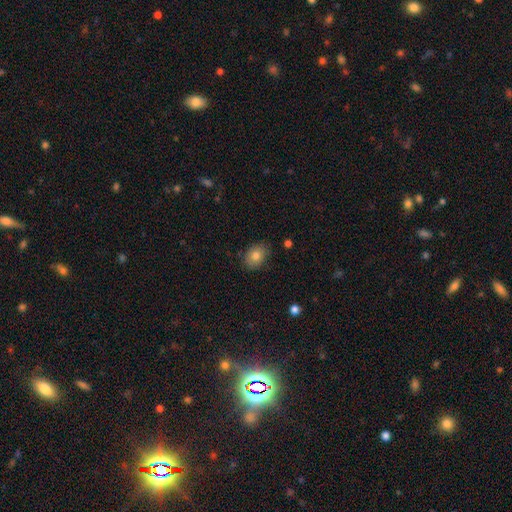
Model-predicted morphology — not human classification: This appears to be a smooth galaxy with no disk features (81%) that is in between round and cigar-shaped (64%). Merging: none (83%).